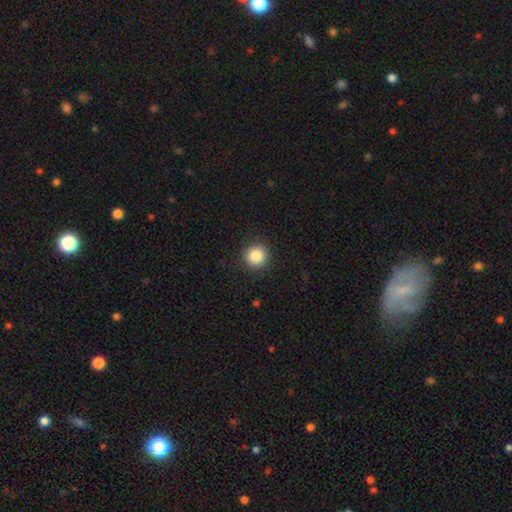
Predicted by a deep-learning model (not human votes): Smooth or featured: smooth — 86% (star or artifact — 10%)
How rounded: round — 94% (in between — 5%)
Merging: none — 90% (minor disturbance — 7%)